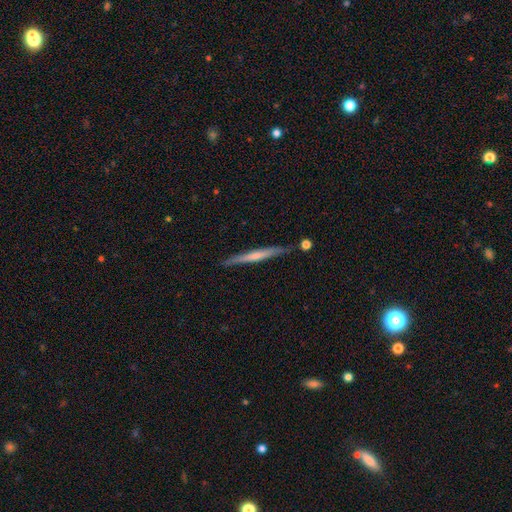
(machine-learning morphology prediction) This appears to be a featured or disk galaxy (53%) viewed edge-on (96%) with no central bulge (59%). Merging: none (84%).